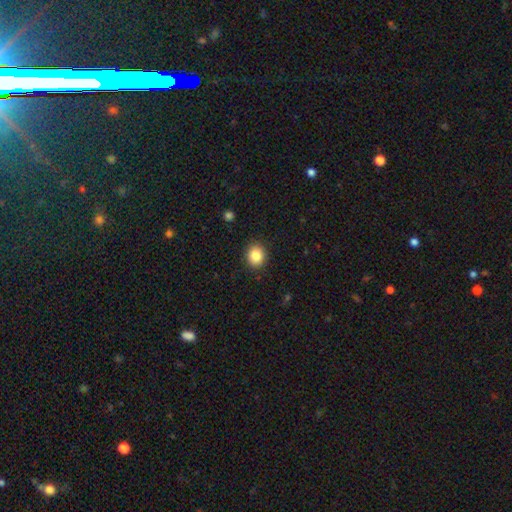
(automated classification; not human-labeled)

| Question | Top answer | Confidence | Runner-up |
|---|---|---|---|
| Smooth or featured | smooth | 84% | star or artifact (10%) |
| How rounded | round | 72% | in between (27%) |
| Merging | none | 90% | minor disturbance (7%) |